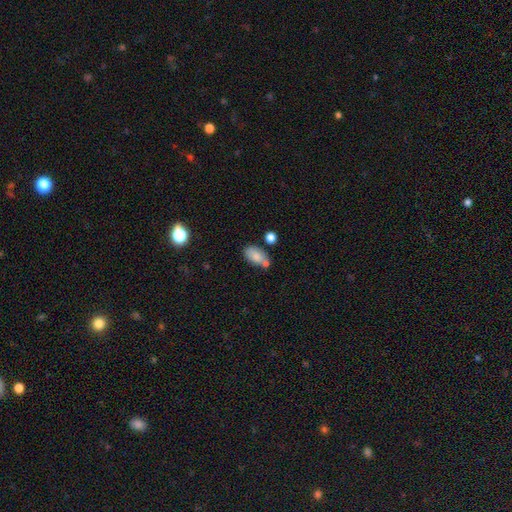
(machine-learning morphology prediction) Smooth or featured?
  - smooth: 80% *
  - featured or disk: 11%
  - star or artifact: 9%
How rounded?
  - in between: 91% *
  - round: 6%
  - cigar-shaped: 3%
Merging?
  - none: 52% *
  - merger: 24%
  - minor disturbance: 19%
  - major disturbance: 6%